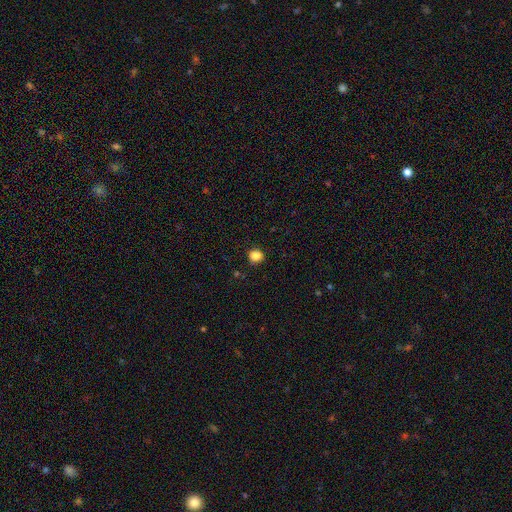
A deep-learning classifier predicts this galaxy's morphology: Q: Smooth or featured?
A: smooth (85%); runner-up: star or artifact (11%)
Q: How rounded?
A: round (81%); runner-up: in between (18%)
Q: Merging?
A: none (88%); runner-up: minor disturbance (8%)